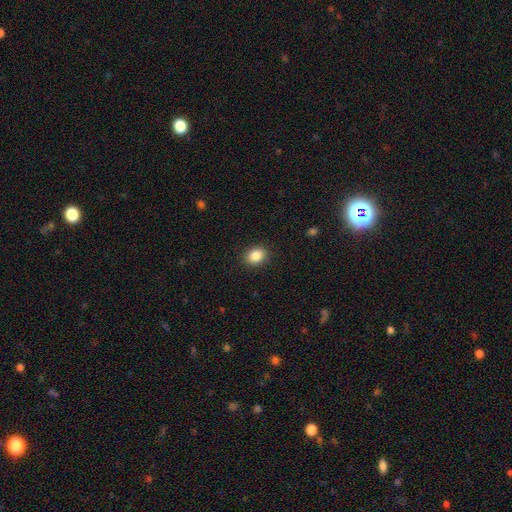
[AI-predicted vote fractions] Morphology: type=smooth (86%); roundness=in between (54%); merging=none (89%).